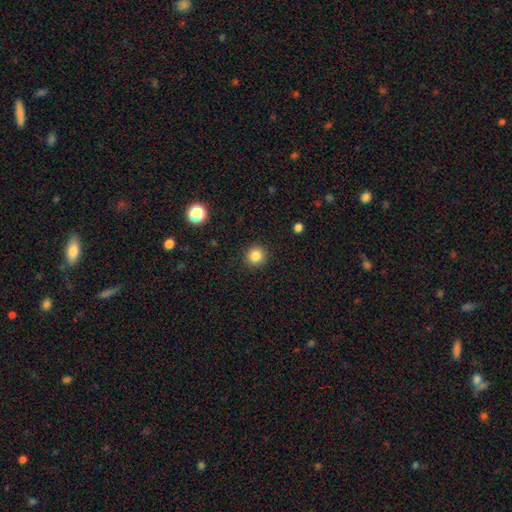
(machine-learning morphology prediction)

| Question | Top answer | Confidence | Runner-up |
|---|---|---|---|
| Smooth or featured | smooth | 84% | star or artifact (11%) |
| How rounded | round | 93% | in between (6%) |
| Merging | none | 91% | minor disturbance (6%) |